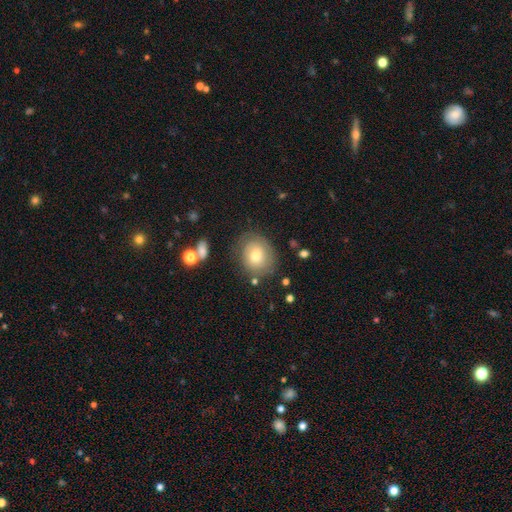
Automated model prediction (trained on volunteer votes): smooth-or-featured: smooth: 72% | featured or disk: 18% | star or artifact: 10%
  how-rounded: round: 67% | in between: 32% | cigar-shaped: 1%
  merging: none: 76% | minor disturbance: 15% | major disturbance: 5% | merger: 3%